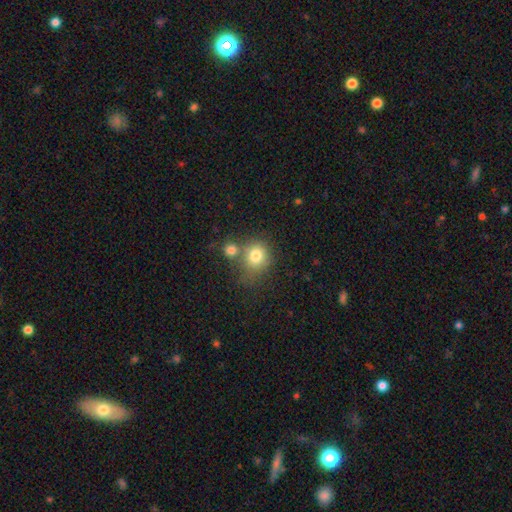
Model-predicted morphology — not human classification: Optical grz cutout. It shows a smooth galaxy with no disk features (78%) that is round (74%). Merging: none (48%).